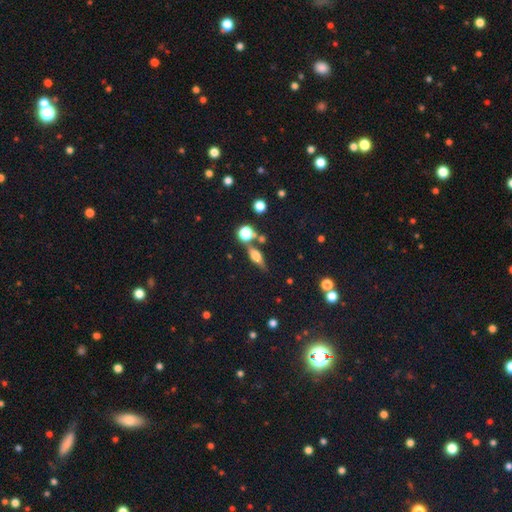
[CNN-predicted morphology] smooth 48%, featured or disk 39%, star or artifact 13%. Down the decision tree: merging — none (68%).